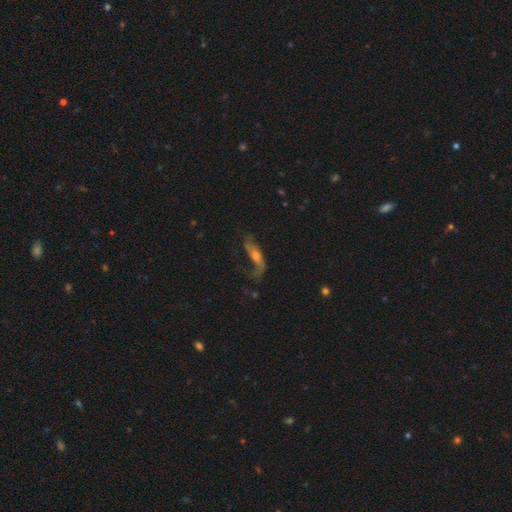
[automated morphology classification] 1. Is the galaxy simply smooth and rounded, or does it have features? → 63% featured or disk, 28% smooth, 9% star or artifact.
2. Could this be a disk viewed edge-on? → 71% no, 29% yes.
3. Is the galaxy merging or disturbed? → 40% none, 33% major disturbance, 23% minor disturbance, 4% merger.